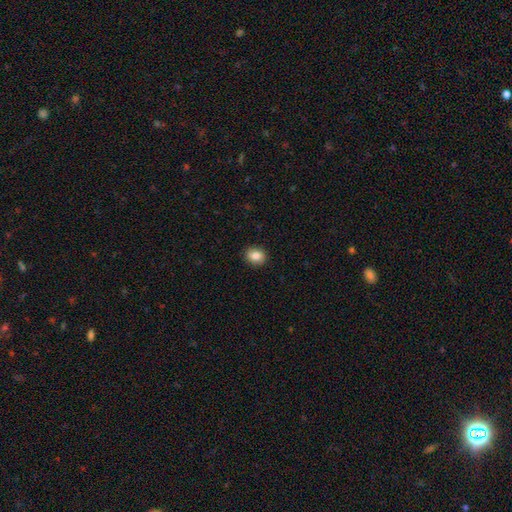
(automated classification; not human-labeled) This is clearly a smooth galaxy (84%). How rounded: possibly round (58%). Merging: clearly none (90%).